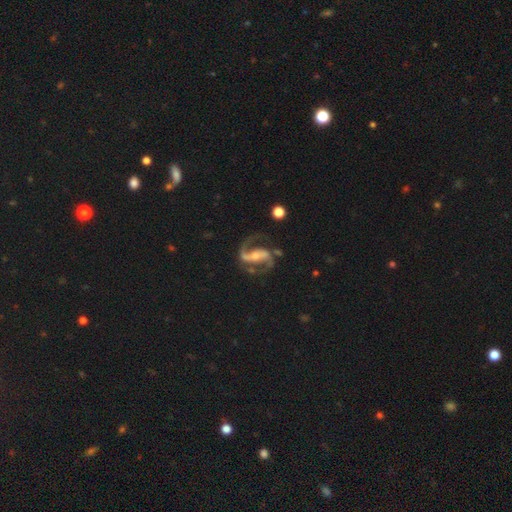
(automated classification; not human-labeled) smooth-or-featured: featured or disk: 91% | star or artifact: 5% | smooth: 4%
  disk-edge-on: no: 97% | yes: 3%
    bar: strong: 55% | weak: 29% | no: 16%
    has-spiral-arms: yes: 98% | no: 2%
      spiral-winding: medium: 57% | loose: 31% | tight: 12%
      spiral-arm-count: 2: 92% | 1: 3% | can't tell: 2% | 3: 1% | 4: 1% | more than 4: 1%
    bulge-size: small: 49% | moderate: 41% | none: 5% | large: 4% | dominant: 1%
  merging: none: 72% | minor disturbance: 14% | major disturbance: 11% | merger: 3%